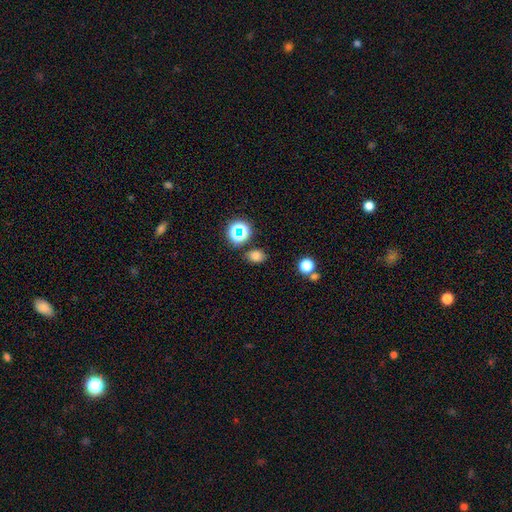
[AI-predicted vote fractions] A smooth galaxy with no disk features (74%) that is in between round and cigar-shaped (63%).

Vote fractions:
- Smooth or featured? smooth: 74% / star or artifact: 20% / featured or disk: 6%
- How rounded? in between: 63% / round: 36% / cigar-shaped: 1%
- Merging? none: 82% / minor disturbance: 11% / merger: 4% / major disturbance: 3%